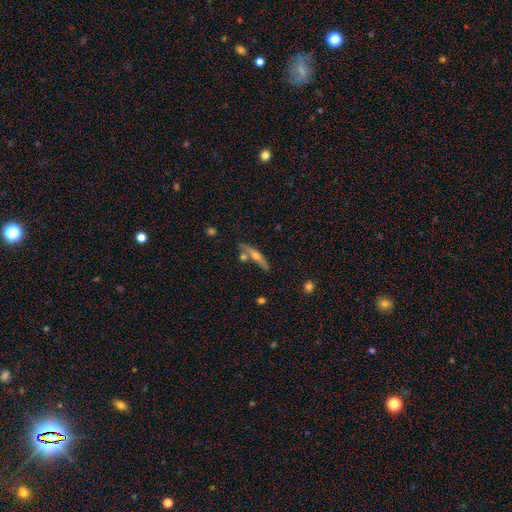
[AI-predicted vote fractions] featured or disk 58%, smooth 35%, star or artifact 7%. Down the decision tree: edge-on disk — yes (93%); edge-on bulge — rounded (89%); merging — none (70%).